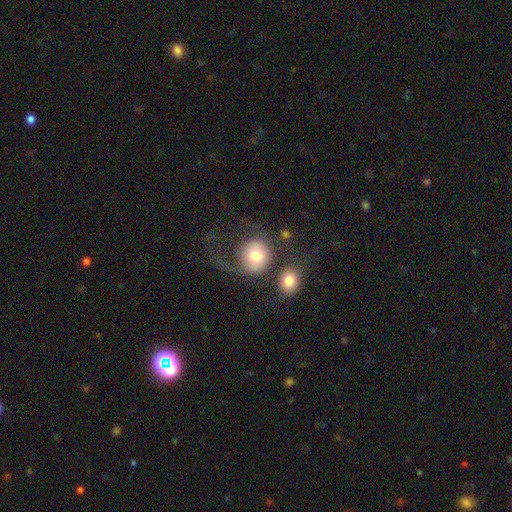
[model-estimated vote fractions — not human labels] This is likely a smooth galaxy (69%). How rounded: clearly round (85%). Merging: marginally none (38%).